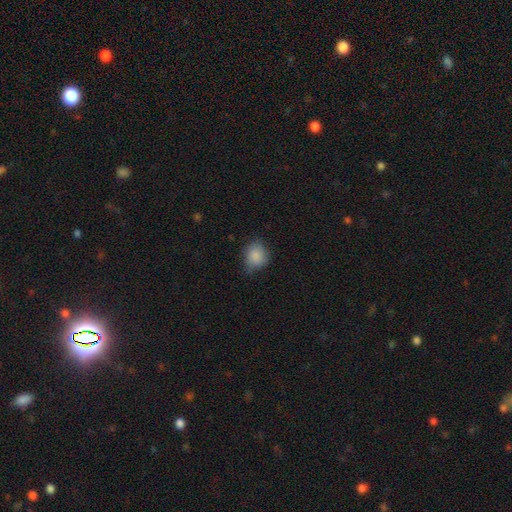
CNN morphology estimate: Smooth or featured? smooth (86%)
How rounded? round (66%)
Merging? none (68%)